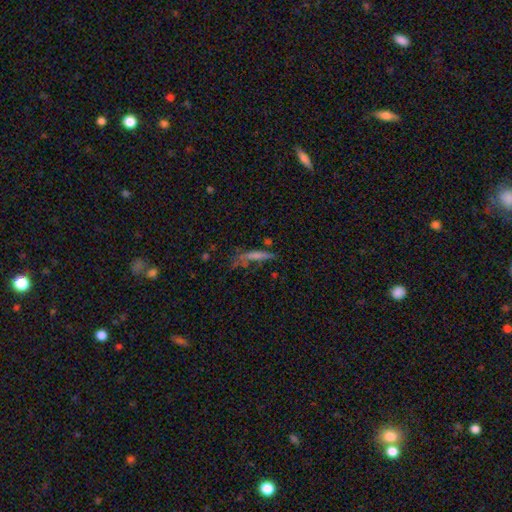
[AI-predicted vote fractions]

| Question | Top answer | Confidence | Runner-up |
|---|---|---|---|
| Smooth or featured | smooth | 49% | featured or disk (32%) |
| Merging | none | 51% | minor disturbance (22%) |